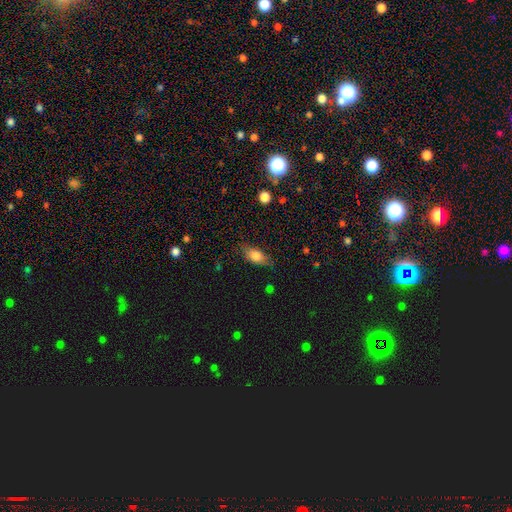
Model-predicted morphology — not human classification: Overall: smooth (75%). How rounded: in between (82%). Merging: none (76%).